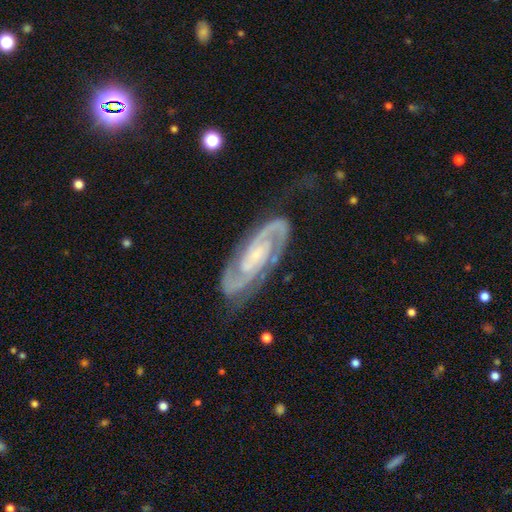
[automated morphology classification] This is clearly a featured or disk galaxy (92%). It is clearly not viewed edge-on (96%). Bar: possibly no (51%). Spiral arm pattern: clearly yes (99%). Spiral arm count: clearly 2 (93%). Spiral winding: possibly tight (55%). Central bulge: likely small (65%). Merging: likely none (80%).